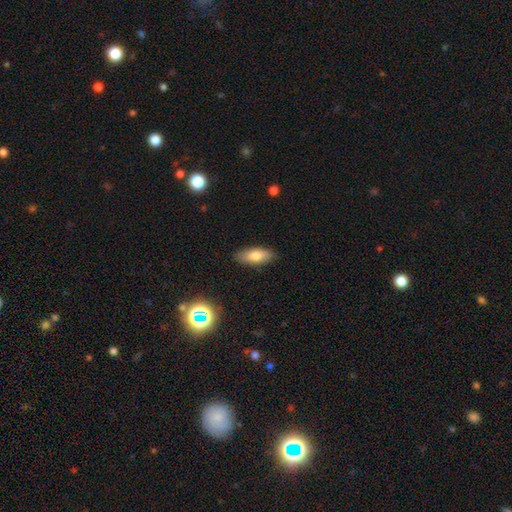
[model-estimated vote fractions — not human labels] Smooth or featured?
  - smooth: 75% *
  - featured or disk: 17%
  - star or artifact: 8%
How rounded?
  - in between: 74% *
  - cigar-shaped: 23%
  - round: 3%
Merging?
  - none: 87% *
  - minor disturbance: 10%
  - major disturbance: 2%
  - merger: 1%